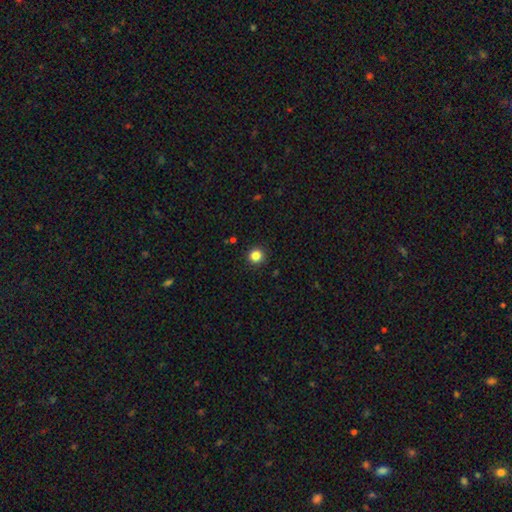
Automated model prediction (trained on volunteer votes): smooth-or-featured: smooth: 84% | star or artifact: 12% | featured or disk: 4%
  how-rounded: round: 95% | in between: 4% | cigar-shaped: 1%
  merging: none: 93% | minor disturbance: 5% | major disturbance: 2% | merger: 1%